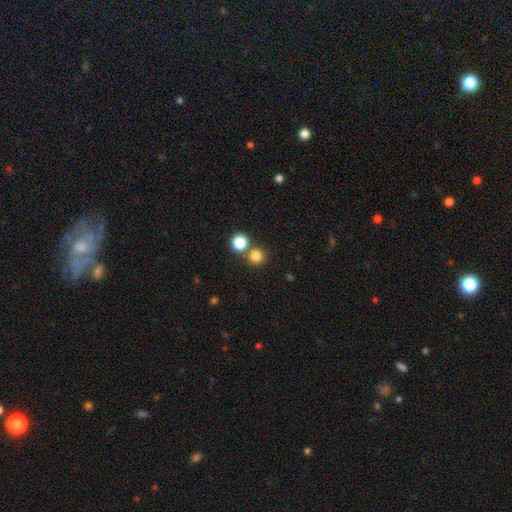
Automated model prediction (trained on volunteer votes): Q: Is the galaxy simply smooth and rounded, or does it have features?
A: smooth — 81%.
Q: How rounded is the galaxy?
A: round — 93%.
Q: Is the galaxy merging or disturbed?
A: none — 72%.